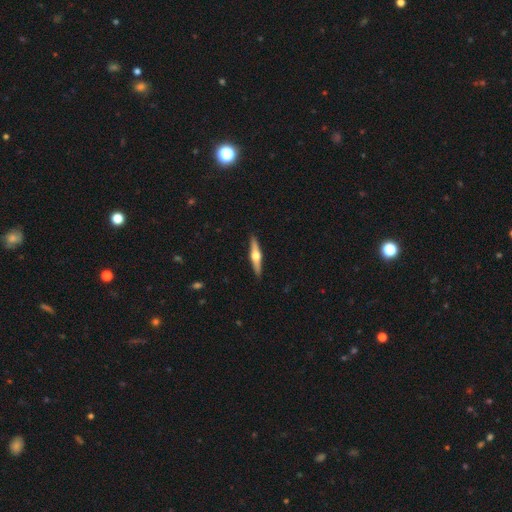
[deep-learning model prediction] Smooth or featured?
  - featured or disk: 70% *
  - smooth: 25%
  - star or artifact: 5%
Edge-on disk?
  - yes: 98% *
  - no: 2%
Edge-on bulge?
  - rounded: 95% *
  - boxy: 3%
  - none: 2%
Merging?
  - none: 91% *
  - minor disturbance: 6%
  - major disturbance: 1%
  - merger: 1%